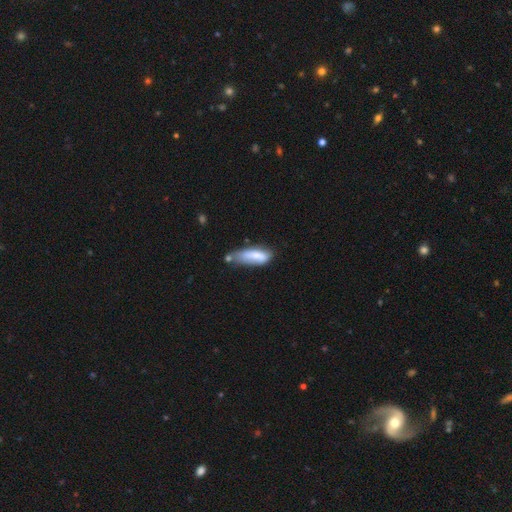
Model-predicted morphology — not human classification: Smooth or featured? Predicted: smooth (p=0.68). How rounded? Predicted: in between (p=0.62). Merging? Predicted: minor disturbance (p=0.35).